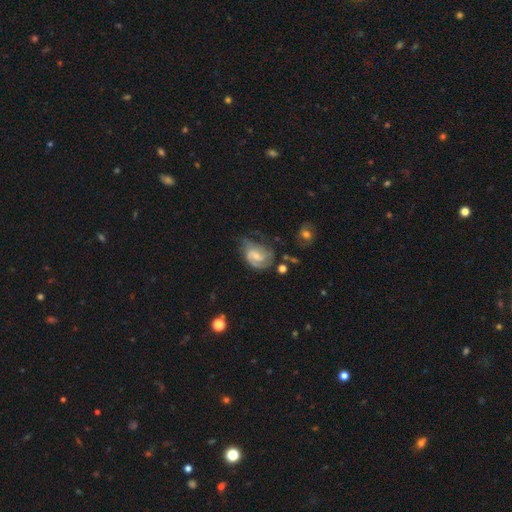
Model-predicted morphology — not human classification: featured or disk 68%, smooth 24%, star or artifact 8%. Down the decision tree: edge-on disk — no (97%); bar — weak (51%); spiral arms — yes (87%); spiral arm count — 2 (49%); spiral winding — medium (43%); bulge size — small (48%); merging — none (41%).